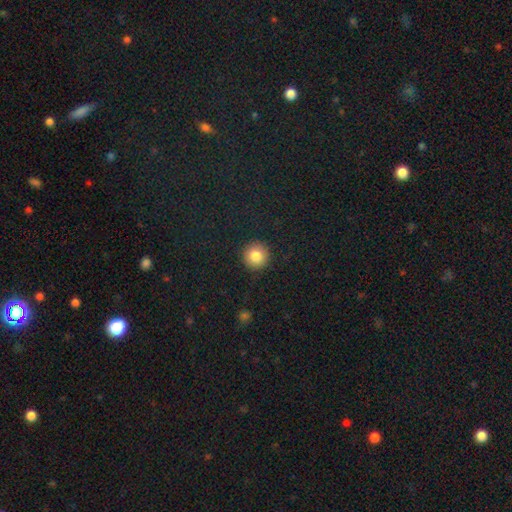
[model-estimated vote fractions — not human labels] Smooth or featured? smooth (84%)
How rounded? round (95%)
Merging? none (92%)